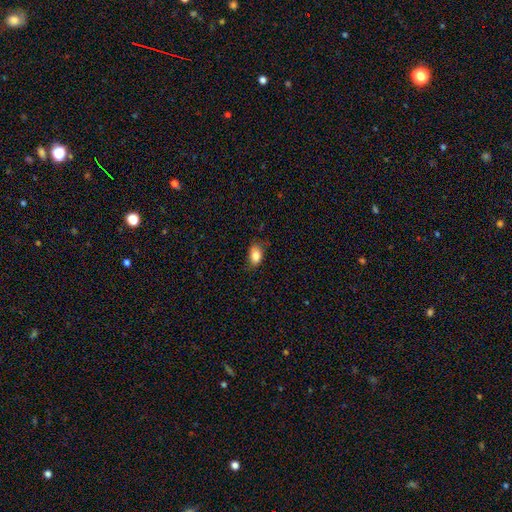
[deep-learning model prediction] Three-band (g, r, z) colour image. It shows a smooth galaxy with no disk features (85%) that is in between round and cigar-shaped (86%). Merging: none (74%).